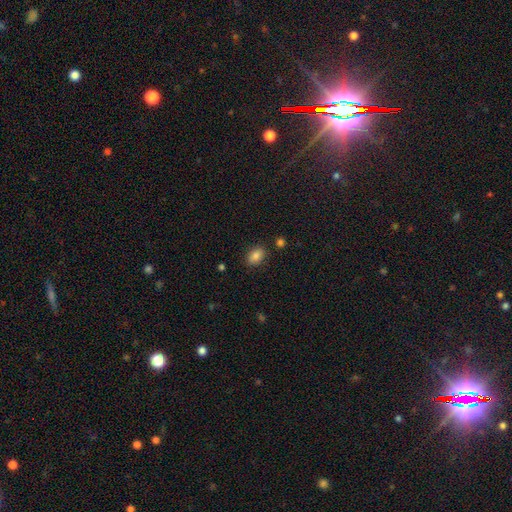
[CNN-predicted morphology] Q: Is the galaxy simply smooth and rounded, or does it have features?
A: smooth — 84%.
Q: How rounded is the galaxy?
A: in between — 82%.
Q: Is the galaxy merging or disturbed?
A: none — 85%.